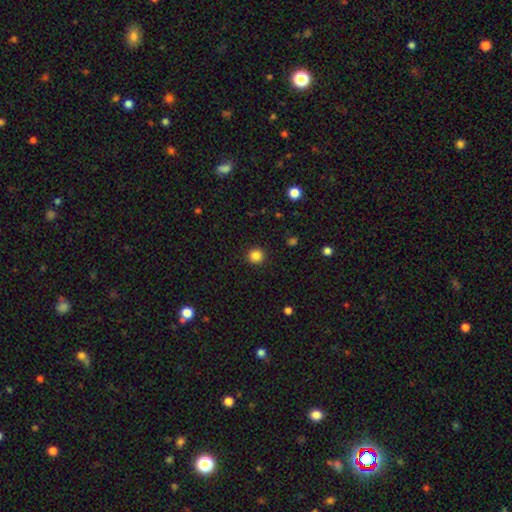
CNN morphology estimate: Smooth or featured: smooth — 85% (star or artifact — 12%)
How rounded: round — 94% (in between — 5%)
Merging: none — 93% (minor disturbance — 5%)